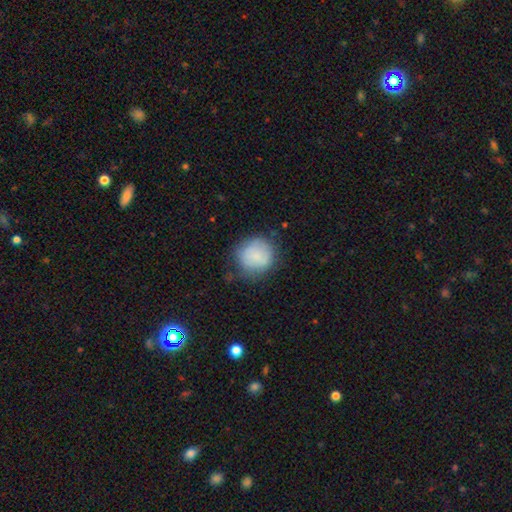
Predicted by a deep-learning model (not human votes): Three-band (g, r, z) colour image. It shows a smooth galaxy with no disk features (80%) that is round (89%). Merging: none (68%).